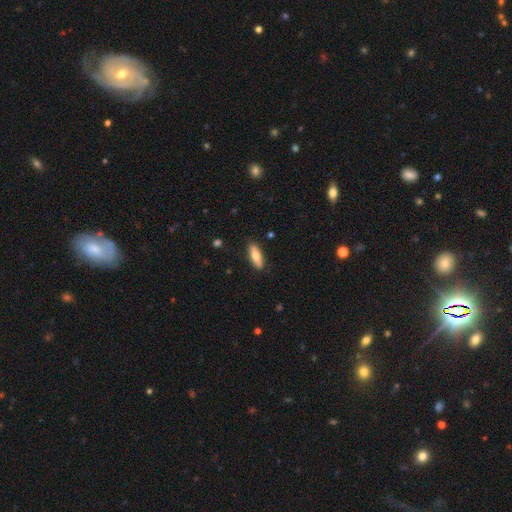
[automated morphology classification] The model was most divided on "how rounded": in between: 57%, cigar-shaped: 41%, round: 2%. More confident: merging — none (86%); smooth or featured — smooth (71%).